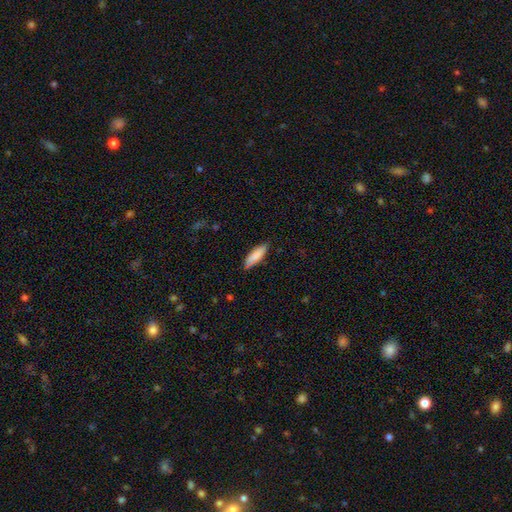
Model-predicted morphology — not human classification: Smooth or featured? Predicted: smooth (p=0.84). How rounded? Predicted: in between (p=0.50). Merging? Predicted: none (p=0.82).